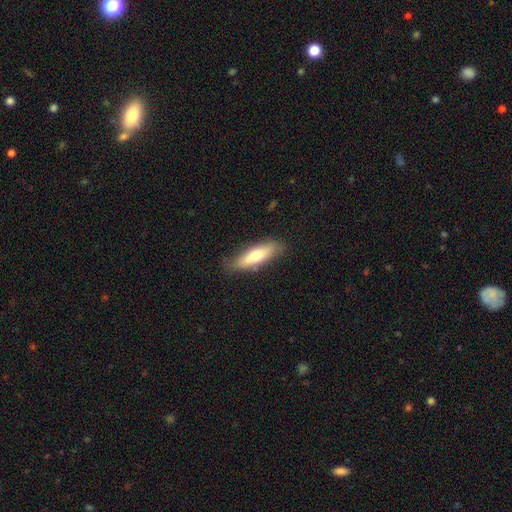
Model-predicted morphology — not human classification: This is likely a smooth galaxy (67%). How rounded: possibly cigar-shaped (54%). Merging: likely none (78%).